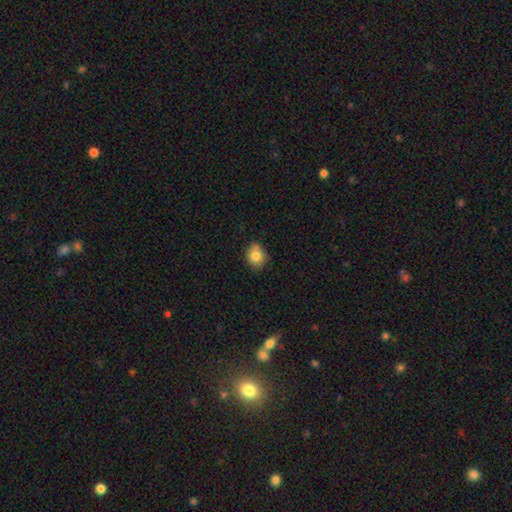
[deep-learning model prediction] smooth-or-featured: smooth: 80% | star or artifact: 10% | featured or disk: 10%
  how-rounded: round: 67% | in between: 32% | cigar-shaped: 1%
  merging: none: 66% | minor disturbance: 24% | merger: 6% | major disturbance: 4%